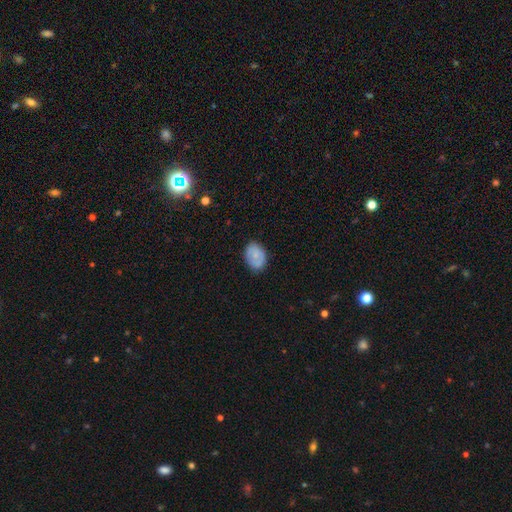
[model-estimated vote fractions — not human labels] A smooth galaxy with no disk features (69%) that is in between round and cigar-shaped (75%).

Vote fractions:
- Smooth or featured? smooth: 69% / featured or disk: 23% / star or artifact: 7%
- How rounded? in between: 75% / round: 24% / cigar-shaped: 1%
- Merging? none: 79% / minor disturbance: 16% / major disturbance: 3% / merger: 1%